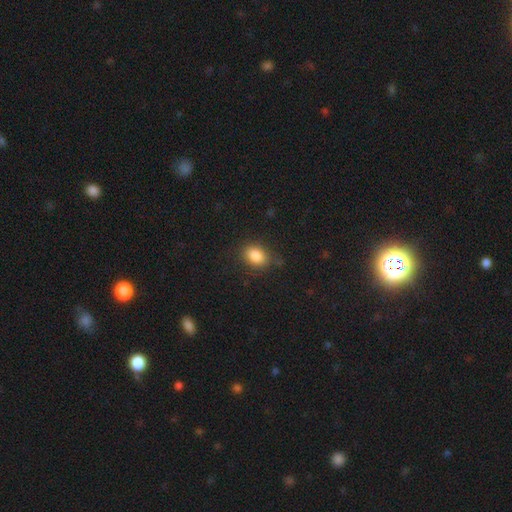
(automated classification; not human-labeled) smooth-or-featured: smooth: 86% | star or artifact: 9% | featured or disk: 5%
  how-rounded: in between: 70% | round: 28% | cigar-shaped: 1%
  merging: none: 79% | minor disturbance: 15% | major disturbance: 4% | merger: 2%